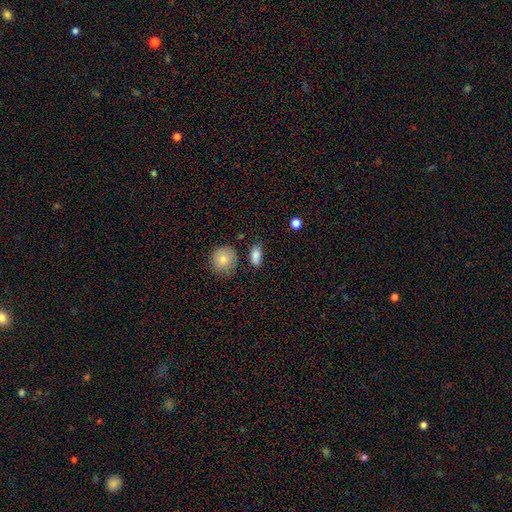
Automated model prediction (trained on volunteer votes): Smooth or featured?
  - smooth: 86% *
  - star or artifact: 8%
  - featured or disk: 6%
How rounded?
  - in between: 85% *
  - round: 8%
  - cigar-shaped: 7%
Merging?
  - none: 72% *
  - minor disturbance: 18%
  - merger: 5%
  - major disturbance: 5%